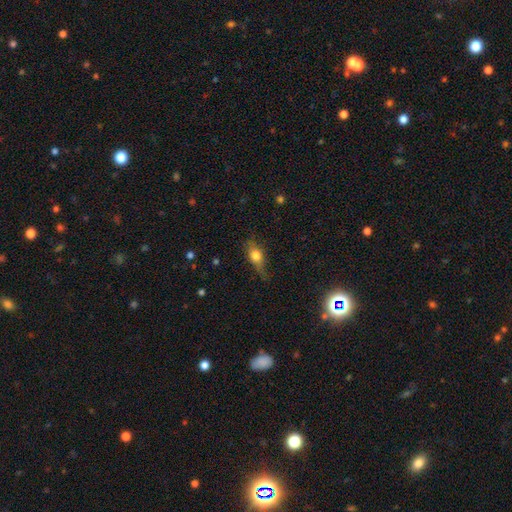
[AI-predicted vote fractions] smooth 68%, featured or disk 23%, star or artifact 9%. Down the decision tree: how rounded — in between (69%); merging — none (61%).